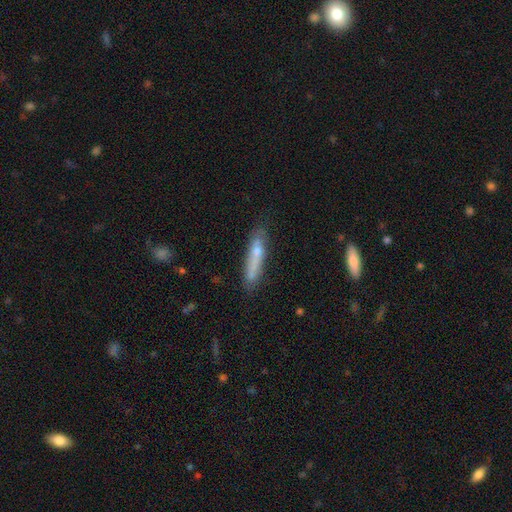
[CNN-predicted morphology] type=smooth (58%); roundness=cigar-shaped (88%); merging=none (67%).